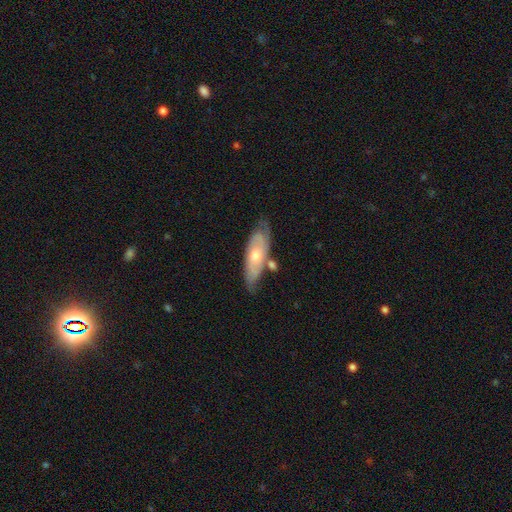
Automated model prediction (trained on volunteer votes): smooth_or_featured: featured or disk (p=0.60) [alt: smooth p=0.34]
disk_edge_on: no (p=0.74) [alt: yes p=0.26]
merging: none (p=0.64) [alt: minor disturbance p=0.21]